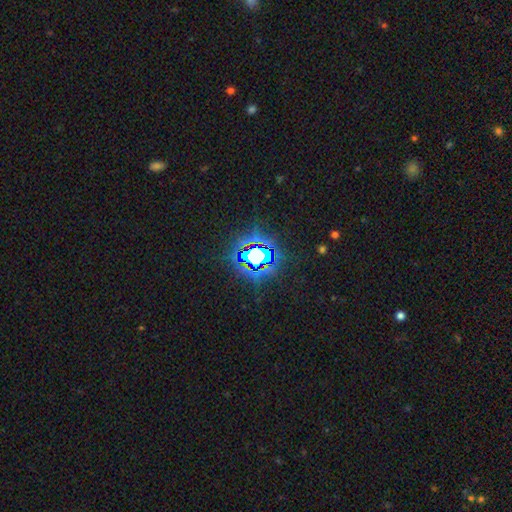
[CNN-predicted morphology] Smooth or featured: star or artifact — 75% (smooth — 14%)